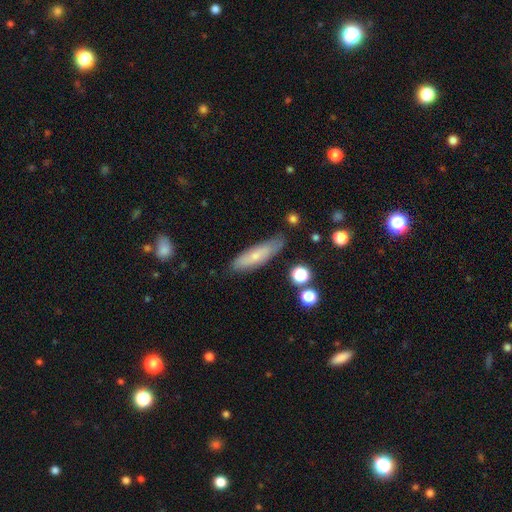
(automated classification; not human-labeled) Smooth or featured? smooth (66%)
How rounded? cigar-shaped (62%)
Merging? none (74%)